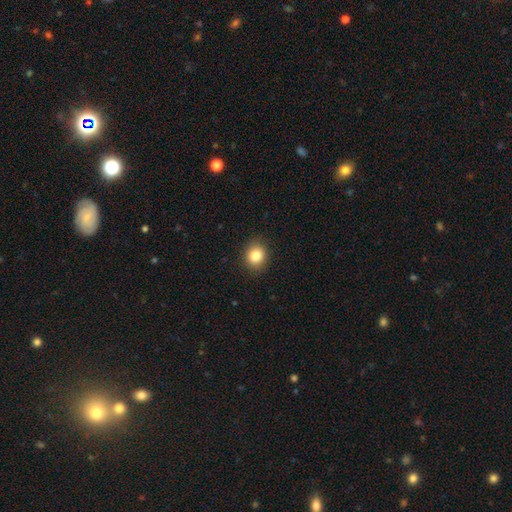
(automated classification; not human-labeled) Q: Smooth or featured?
A: smooth (83%); runner-up: star or artifact (10%)
Q: How rounded?
A: round (72%); runner-up: in between (28%)
Q: Merging?
A: none (89%); runner-up: minor disturbance (8%)